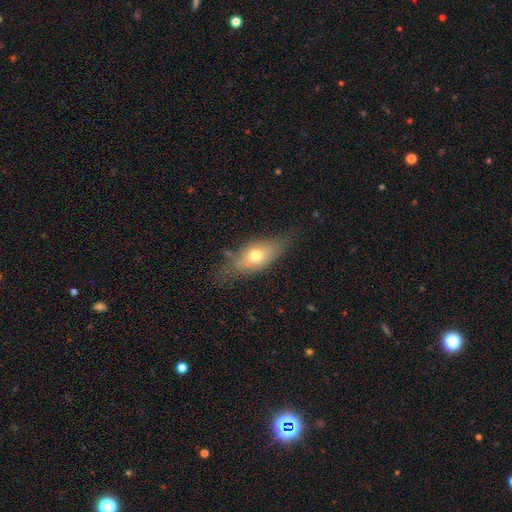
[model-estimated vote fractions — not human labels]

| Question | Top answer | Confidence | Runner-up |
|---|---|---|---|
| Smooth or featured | smooth | 63% | featured or disk (28%) |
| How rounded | in between | 77% | cigar-shaped (15%) |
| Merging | none | 64% | minor disturbance (24%) |